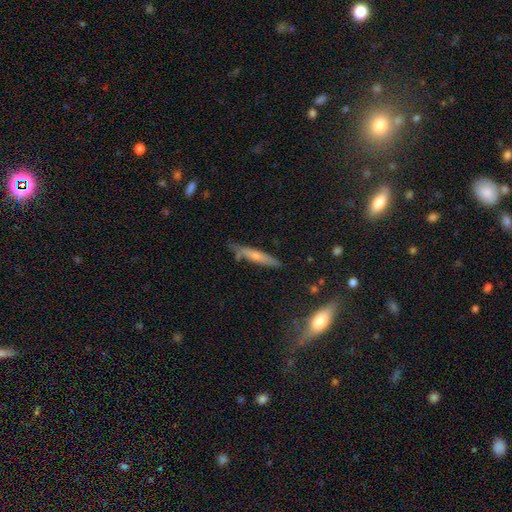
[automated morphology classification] A smooth galaxy with no disk features (51%) that is cigar-shaped (90%).

Vote fractions:
- Smooth or featured? smooth: 51% / featured or disk: 41% / star or artifact: 7%
- How rounded? cigar-shaped: 90% / in between: 8% / round: 2%
- Merging? none: 72% / minor disturbance: 20% / merger: 4% / major disturbance: 4%